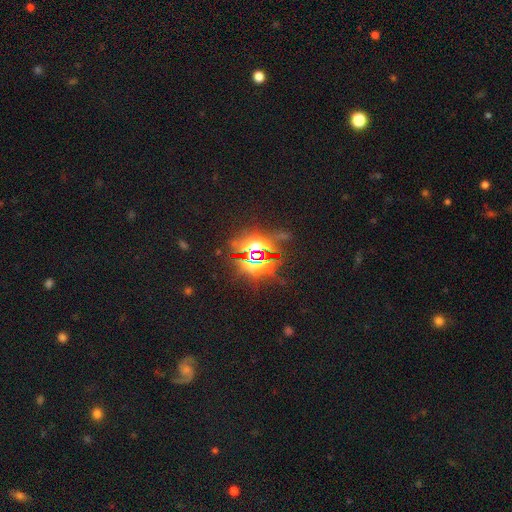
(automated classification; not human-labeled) A star or artifact, not a galaxy (82%).